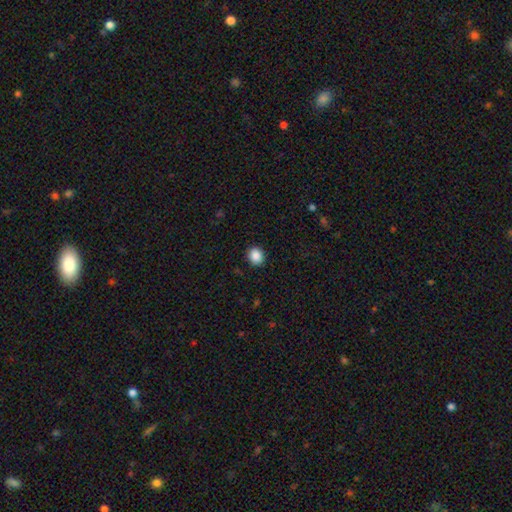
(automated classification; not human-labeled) Smooth or featured? Predicted: smooth (p=0.88). How rounded? Predicted: round (p=0.73). Merging? Predicted: none (p=0.90).